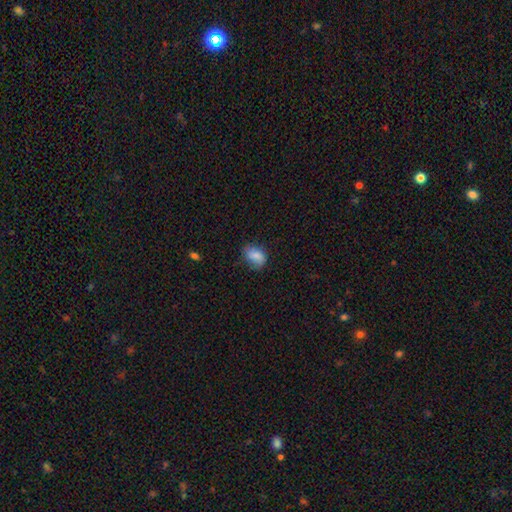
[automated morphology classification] The model was most divided on "merging": none: 64%, minor disturbance: 28%, major disturbance: 7%, merger: 1%. More confident: smooth or featured — smooth (80%); how rounded — in between (77%).